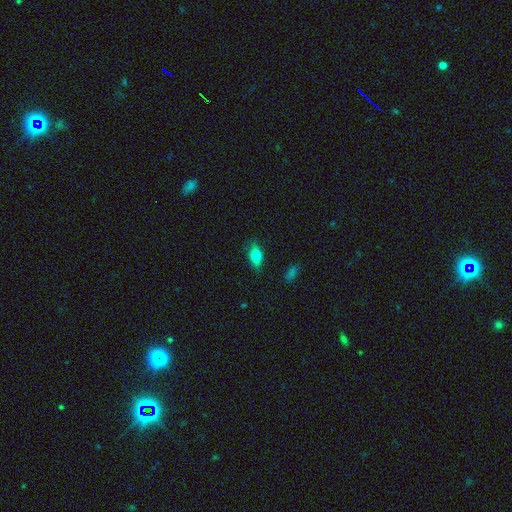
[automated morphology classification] This appears to be a smooth galaxy with no disk features (69%) that is in between round and cigar-shaped (80%). Merging: none (82%).